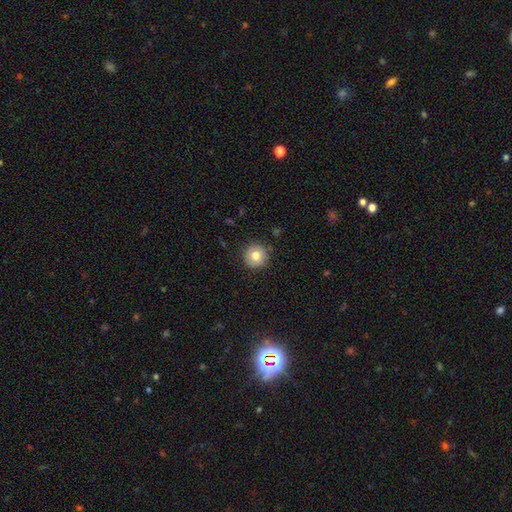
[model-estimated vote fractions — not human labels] A smooth galaxy with no disk features (81%) that is round (95%). Merging: none (90%).